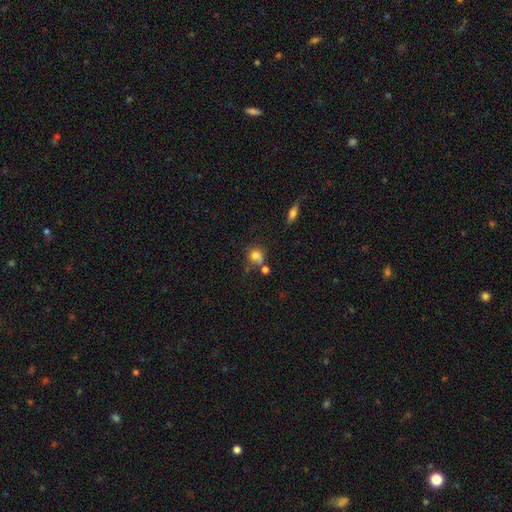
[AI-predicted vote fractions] This appears to be a smooth galaxy with no disk features (78%) that is round (78%). Merging: none (55%).